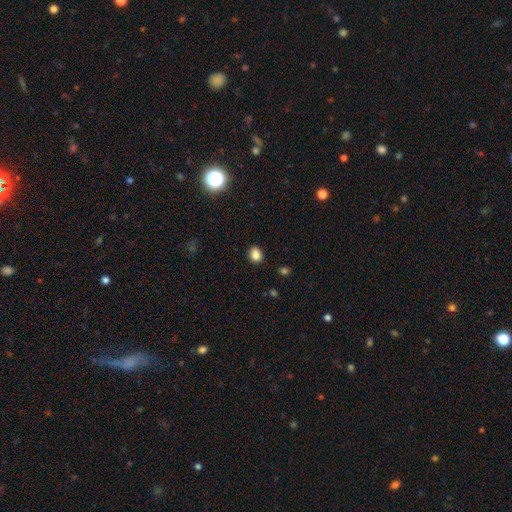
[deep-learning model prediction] A smooth galaxy with no disk features (84%) that is round (51%). Merging: none (86%).